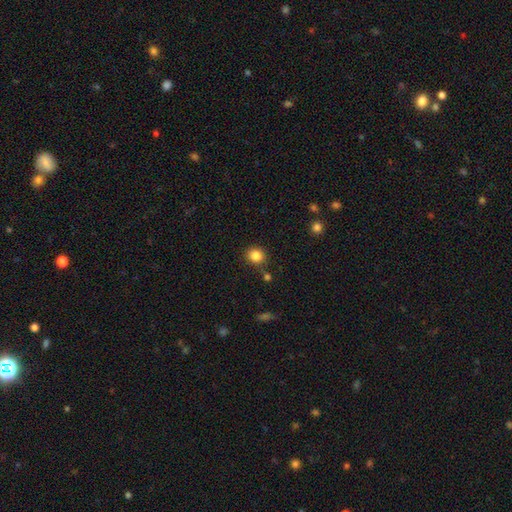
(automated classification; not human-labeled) Smooth or featured? Predicted: smooth (p=0.85). How rounded? Predicted: round (p=0.87). Merging? Predicted: none (p=0.83).